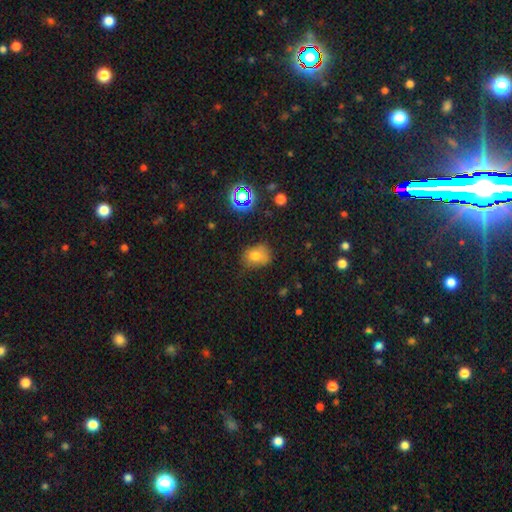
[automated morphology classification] Q: Smooth or featured?
A: smooth (72%); runner-up: star or artifact (16%)
Q: How rounded?
A: in between (52%); runner-up: round (47%)
Q: Merging?
A: none (61%); runner-up: minor disturbance (28%)